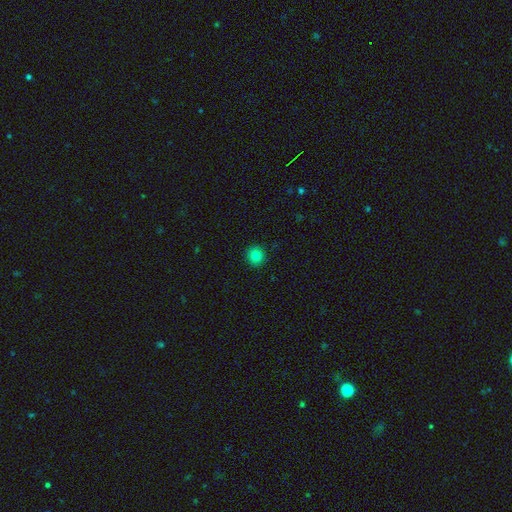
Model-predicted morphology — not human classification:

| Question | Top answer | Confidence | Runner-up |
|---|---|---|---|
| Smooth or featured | smooth | 83% | star or artifact (12%) |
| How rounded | round | 90% | in between (9%) |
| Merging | none | 92% | minor disturbance (5%) |